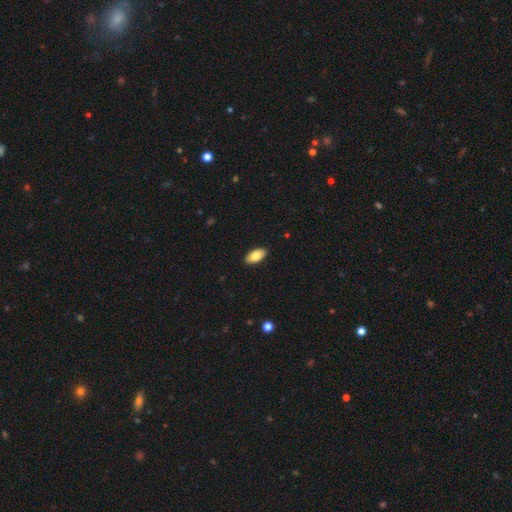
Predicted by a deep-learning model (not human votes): Smooth or featured: smooth — 83% (featured or disk — 11%)
How rounded: in between — 94% (cigar-shaped — 3%)
Merging: none — 90% (minor disturbance — 8%)